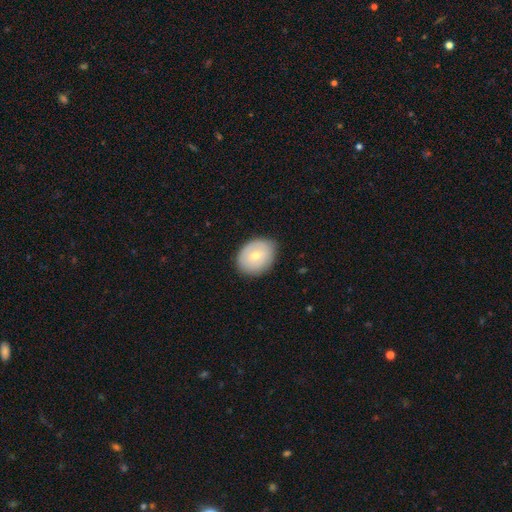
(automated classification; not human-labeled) smooth 65%, featured or disk 28%, star or artifact 7%. Down the decision tree: how rounded — in between (51%); merging — none (79%).